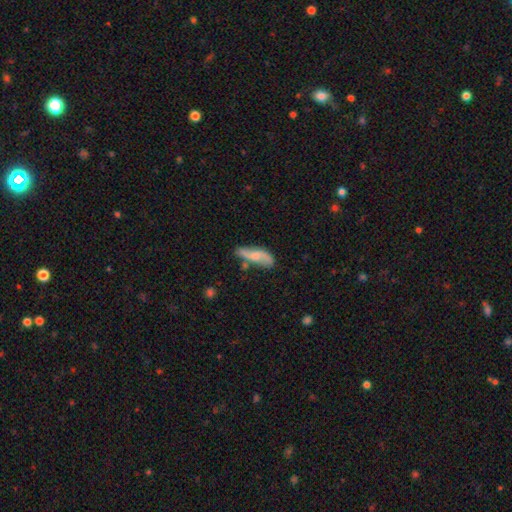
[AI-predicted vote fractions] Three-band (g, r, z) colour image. It shows a featured or disk galaxy (56%). Merging: none (57%).